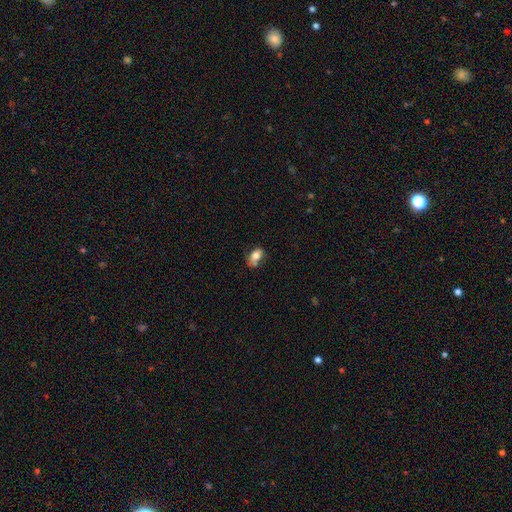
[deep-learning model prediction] Smooth or featured?
  - smooth: 75% *
  - featured or disk: 15%
  - star or artifact: 9%
How rounded?
  - in between: 86% *
  - round: 12%
  - cigar-shaped: 3%
Merging?
  - none: 47% *
  - minor disturbance: 27%
  - merger: 16%
  - major disturbance: 10%